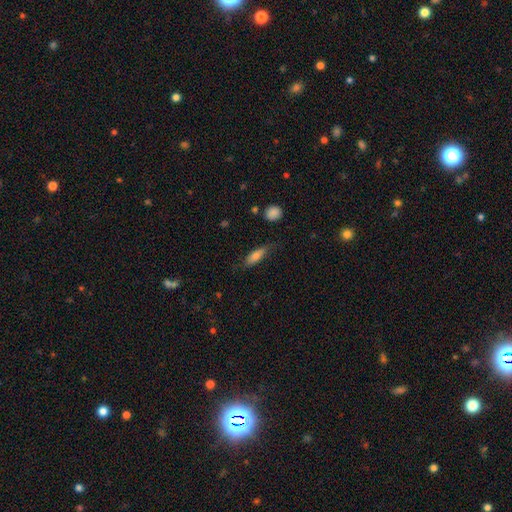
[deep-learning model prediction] This is likely a smooth galaxy (74%). How rounded: possibly in between (53%). Merging: likely none (69%).